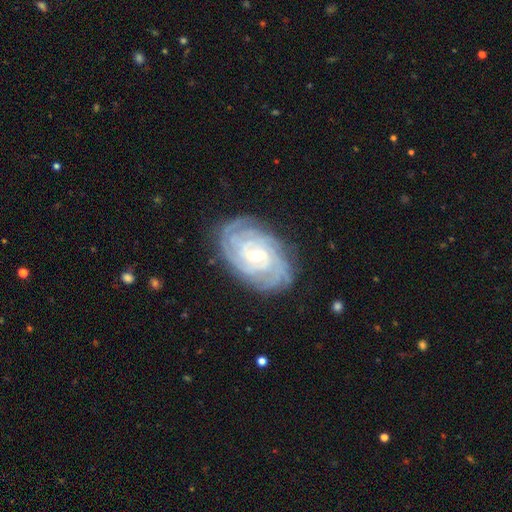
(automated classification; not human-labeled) Smooth or featured: featured or disk — 89% (smooth — 6%)
Edge-on disk: no — 96% (yes — 4%)
Bar: weak — 55% (strong — 25%)
Spiral arms: yes — 98% (no — 2%)
Spiral winding: tight — 81% (medium — 16%)
Spiral arm count: can't tell — 30% (4 — 25%)
Bulge size: moderate — 50% (small — 46%)
Merging: none — 80% (minor disturbance — 15%)